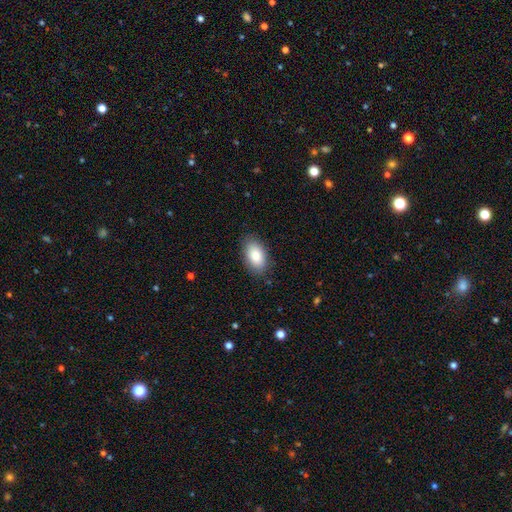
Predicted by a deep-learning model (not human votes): Smooth or featured: smooth — 85% (featured or disk — 9%)
How rounded: in between — 94% (round — 5%)
Merging: none — 86% (minor disturbance — 11%)